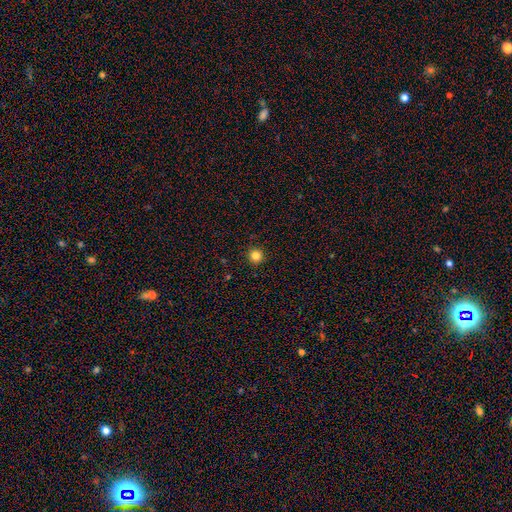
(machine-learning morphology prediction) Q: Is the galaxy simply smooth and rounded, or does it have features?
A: smooth — 83%.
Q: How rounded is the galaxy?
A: round — 96%.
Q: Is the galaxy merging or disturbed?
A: none — 93%.